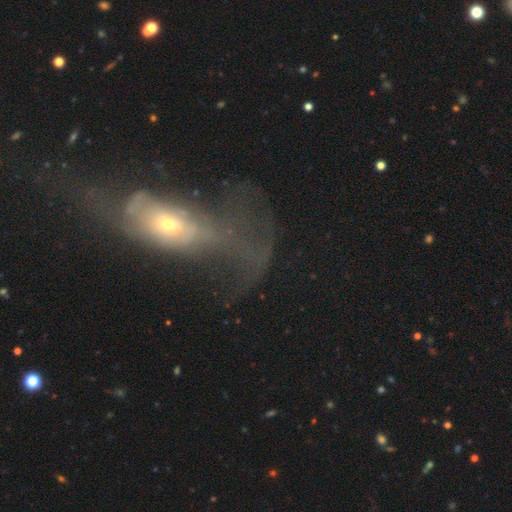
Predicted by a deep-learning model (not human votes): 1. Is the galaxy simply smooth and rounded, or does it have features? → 48% featured or disk, 32% smooth, 19% star or artifact.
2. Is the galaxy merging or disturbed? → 59% major disturbance, 19% none, 13% minor disturbance, 10% merger.